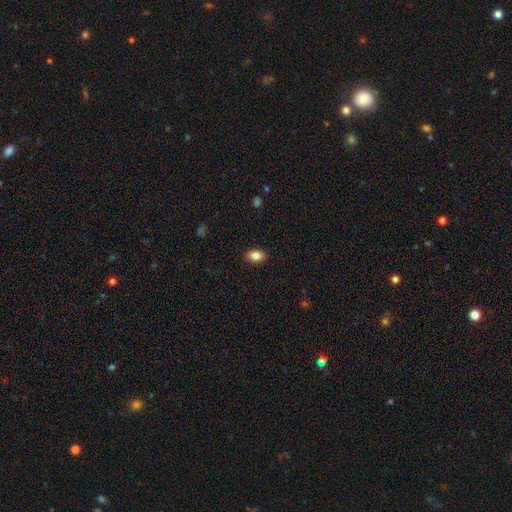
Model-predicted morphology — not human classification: Smooth or featured: smooth — 86% (star or artifact — 8%)
How rounded: in between — 87% (round — 11%)
Merging: none — 89% (minor disturbance — 8%)